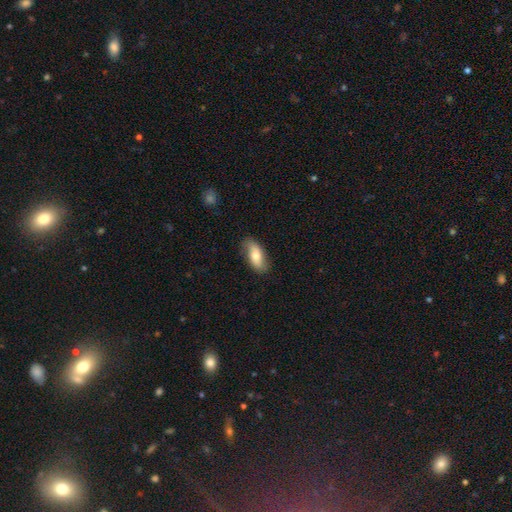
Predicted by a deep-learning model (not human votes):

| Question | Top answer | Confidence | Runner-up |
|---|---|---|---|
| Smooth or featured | smooth | 67% | featured or disk (27%) |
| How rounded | in between | 86% | cigar-shaped (11%) |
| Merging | none | 79% | minor disturbance (17%) |